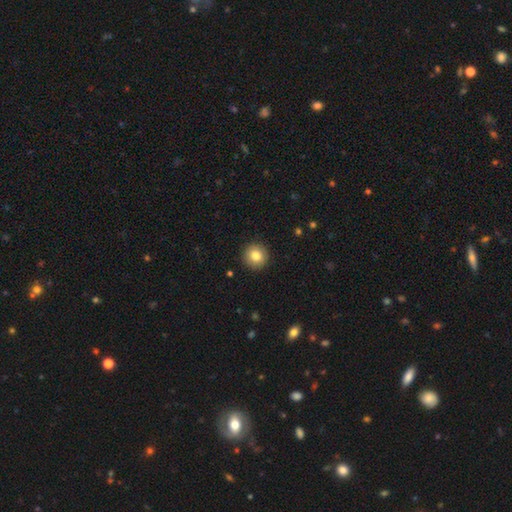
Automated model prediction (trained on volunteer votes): A smooth galaxy with no disk features (83%) that is round (95%).

Vote fractions:
- Smooth or featured? smooth: 83% / star or artifact: 9% / featured or disk: 8%
- How rounded? round: 95% / in between: 4% / cigar-shaped: 1%
- Merging? none: 92% / minor disturbance: 5% / major disturbance: 2% / merger: 1%